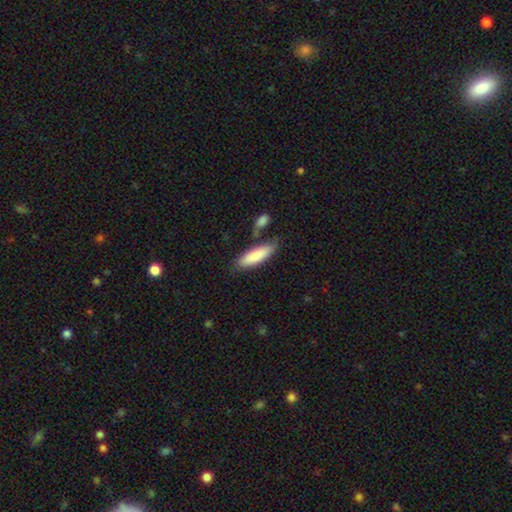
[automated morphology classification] Overall: smooth (82%). How rounded: cigar-shaped (50%; in between 48%). Merging: none (69%).